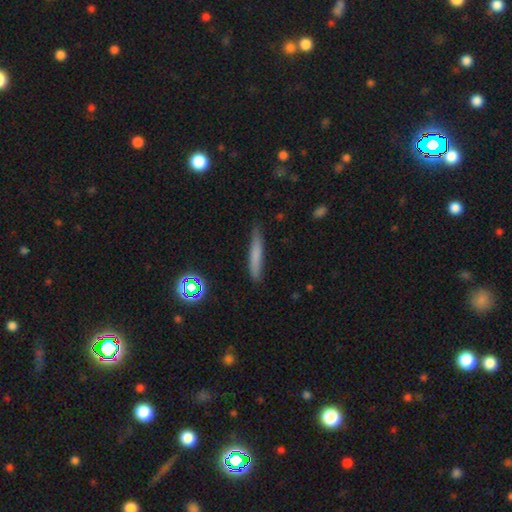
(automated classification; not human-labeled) This is likely a smooth galaxy (70%). How rounded: clearly cigar-shaped (92%). Merging: clearly none (81%).